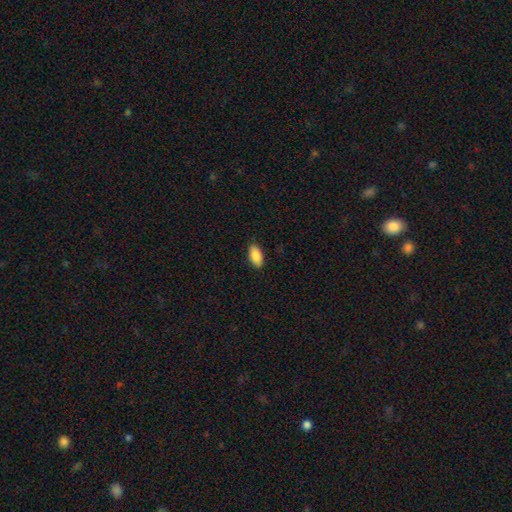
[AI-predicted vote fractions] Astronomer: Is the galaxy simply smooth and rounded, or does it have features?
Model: smooth — 90%.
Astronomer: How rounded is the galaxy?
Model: in between — 94%.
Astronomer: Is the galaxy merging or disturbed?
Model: none — 89%.